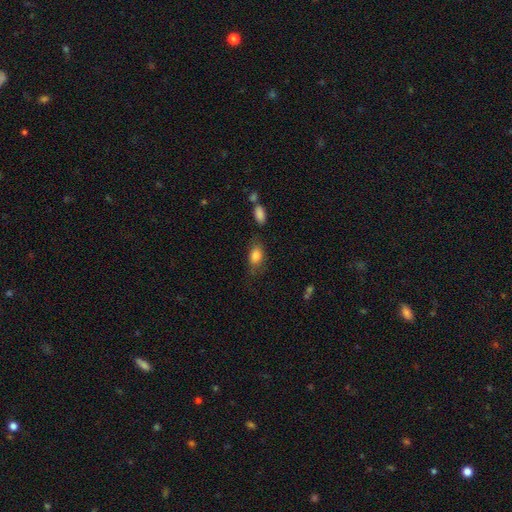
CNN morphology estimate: This appears to be a smooth galaxy with no disk features (82%) that is in between round and cigar-shaped (83%). Merging: none (59%).